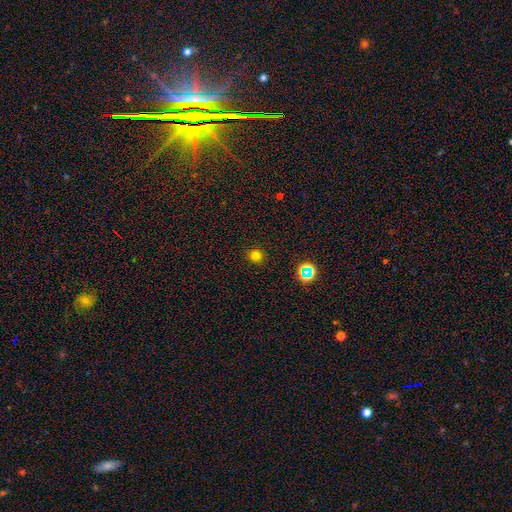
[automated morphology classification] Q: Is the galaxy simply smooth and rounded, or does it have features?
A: smooth — 75%.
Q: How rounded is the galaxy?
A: round — 92%.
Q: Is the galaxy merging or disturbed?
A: none — 91%.